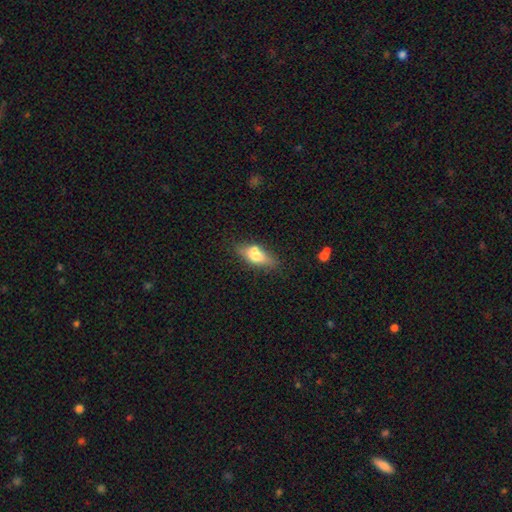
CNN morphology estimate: This appears to be a smooth galaxy with no disk features (64%) that is in between round and cigar-shaped (72%). Merging: none (52%).